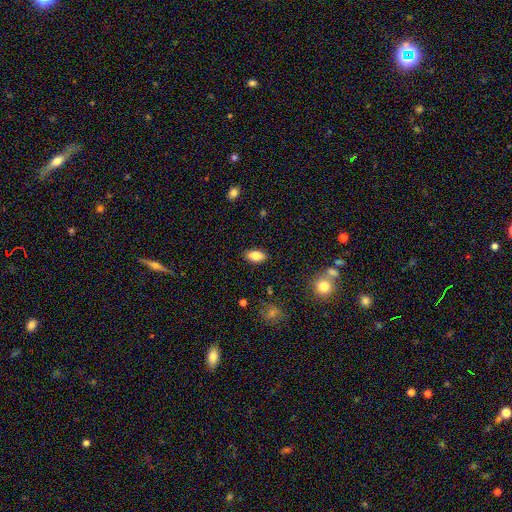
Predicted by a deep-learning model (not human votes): Q: Smooth or featured?
A: smooth (83%); runner-up: featured or disk (9%)
Q: How rounded?
A: in between (92%); runner-up: round (4%)
Q: Merging?
A: none (88%); runner-up: minor disturbance (9%)